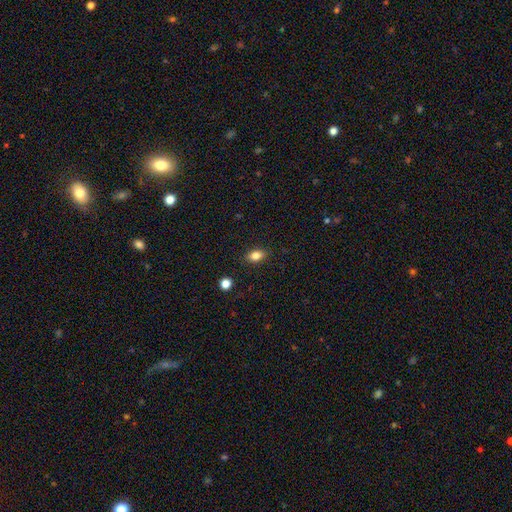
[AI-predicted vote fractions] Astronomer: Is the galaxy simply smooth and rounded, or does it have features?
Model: smooth — 82%.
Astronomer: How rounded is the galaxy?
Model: in between — 83%.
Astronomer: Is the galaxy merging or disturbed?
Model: none — 87%.